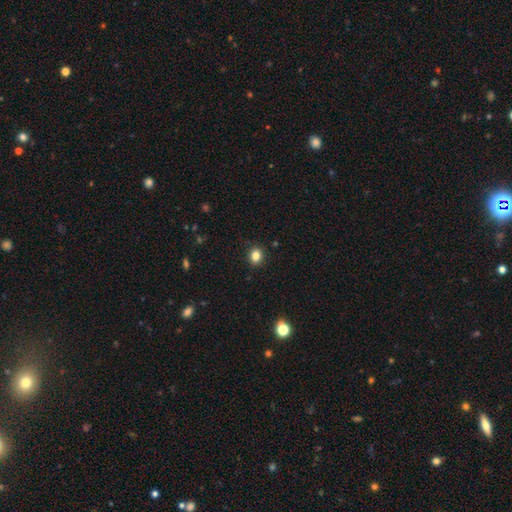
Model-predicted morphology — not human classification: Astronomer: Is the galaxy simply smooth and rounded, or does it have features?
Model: smooth — 83%.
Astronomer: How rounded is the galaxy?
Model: round — 65%.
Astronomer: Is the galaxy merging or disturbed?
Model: none — 89%.